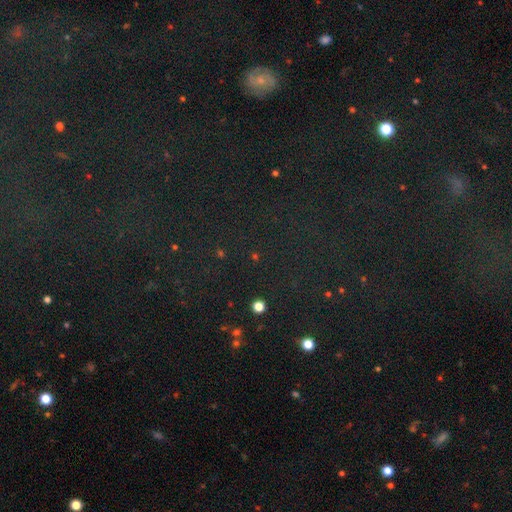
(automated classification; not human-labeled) This appears to be a star or artifact, not a galaxy (79%).